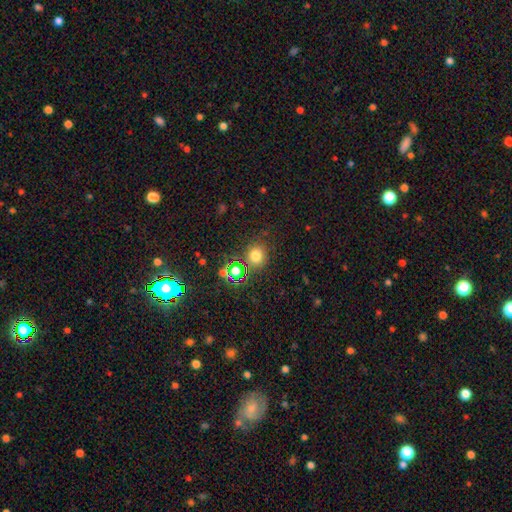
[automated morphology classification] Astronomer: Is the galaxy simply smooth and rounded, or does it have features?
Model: smooth — 70%.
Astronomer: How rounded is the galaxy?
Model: round — 86%.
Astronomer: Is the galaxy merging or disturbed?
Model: none — 81%.